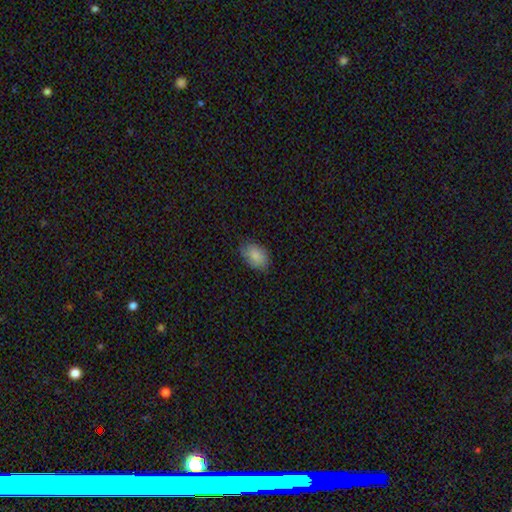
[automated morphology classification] smooth_or_featured: smooth (p=0.86) [alt: featured or disk p=0.07]
how_rounded: in between (p=0.87) [alt: round p=0.12]
merging: none (p=0.78) [alt: minor disturbance p=0.17]